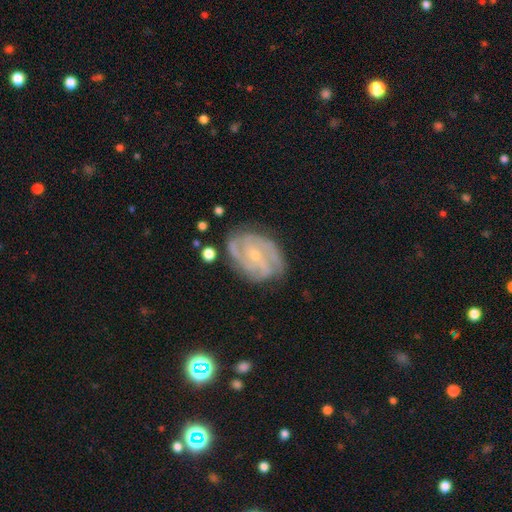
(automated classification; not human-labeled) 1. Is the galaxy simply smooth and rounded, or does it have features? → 87% featured or disk, 7% smooth, 6% star or artifact.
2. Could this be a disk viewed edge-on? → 97% no, 3% yes.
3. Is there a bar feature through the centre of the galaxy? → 56% no, 33% weak, 11% strong.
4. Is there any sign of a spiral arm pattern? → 97% yes, 3% no.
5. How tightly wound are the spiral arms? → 53% tight, 39% medium, 8% loose.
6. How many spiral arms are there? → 36% 3, 24% 2, 16% can't tell, 14% 4, 5% more than 4, 5% 1.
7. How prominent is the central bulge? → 76% small, 21% moderate, 2% none, 1% large, 1% dominant.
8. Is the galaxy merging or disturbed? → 75% none, 17% minor disturbance, 5% major disturbance, 2% merger.